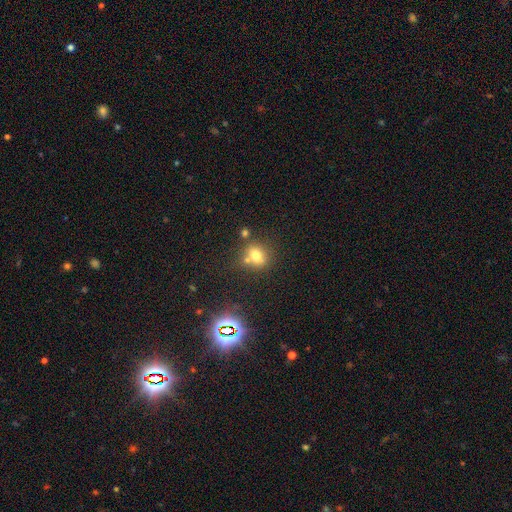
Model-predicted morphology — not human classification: smooth_or_featured: smooth (p=0.71) [alt: star or artifact p=0.17]
how_rounded: round (p=0.62) [alt: in between p=0.36]
merging: none (p=0.57) [alt: merger p=0.24]